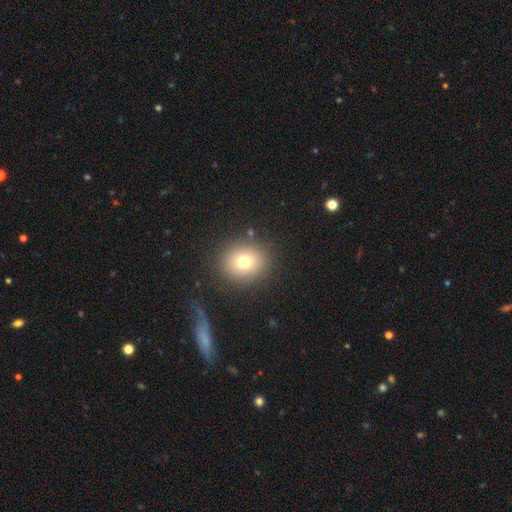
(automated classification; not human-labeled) Smooth or featured?
  - smooth: 62% *
  - star or artifact: 25%
  - featured or disk: 13%
How rounded?
  - round: 77% *
  - in between: 21%
  - cigar-shaped: 2%
Merging?
  - none: 86% *
  - minor disturbance: 7%
  - merger: 4%
  - major disturbance: 3%